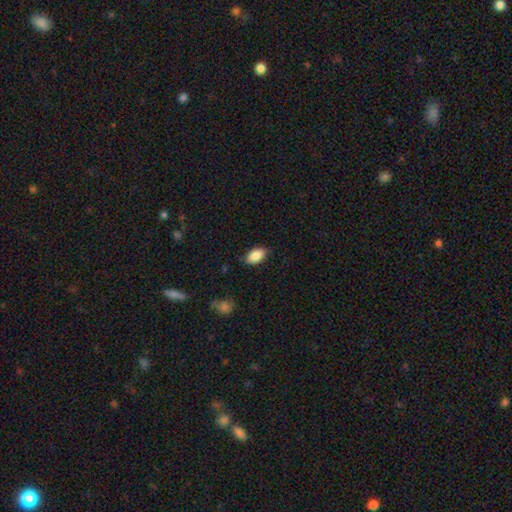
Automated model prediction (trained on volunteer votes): Smooth or featured? smooth (86%)
How rounded? in between (92%)
Merging? none (83%)